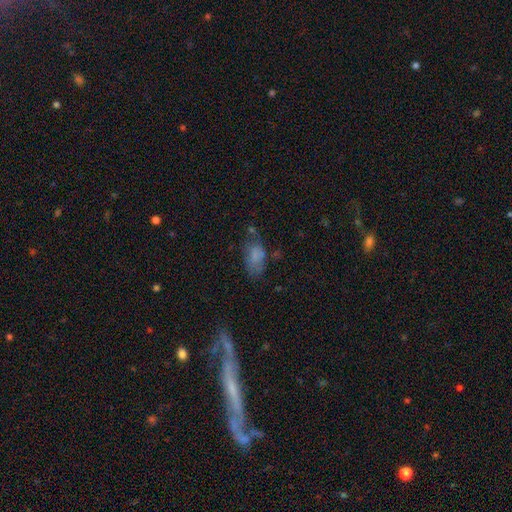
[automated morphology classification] Smooth or featured? Predicted: smooth (p=0.71). How rounded? Predicted: in between (p=0.89). Merging? Predicted: none (p=0.51).